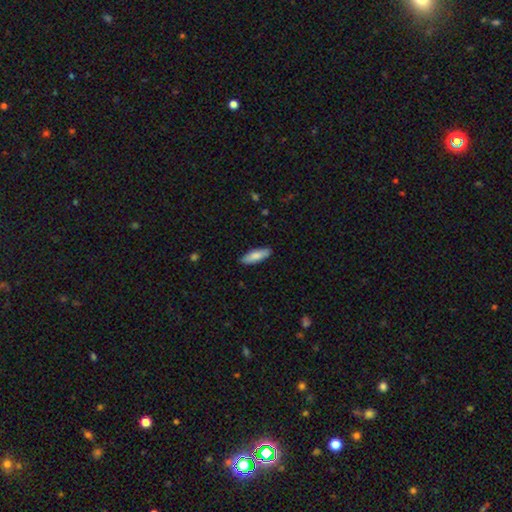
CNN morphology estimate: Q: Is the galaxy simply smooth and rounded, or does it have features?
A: smooth — 84%.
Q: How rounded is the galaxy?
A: in between — 52%.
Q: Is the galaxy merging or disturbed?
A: none — 88%.